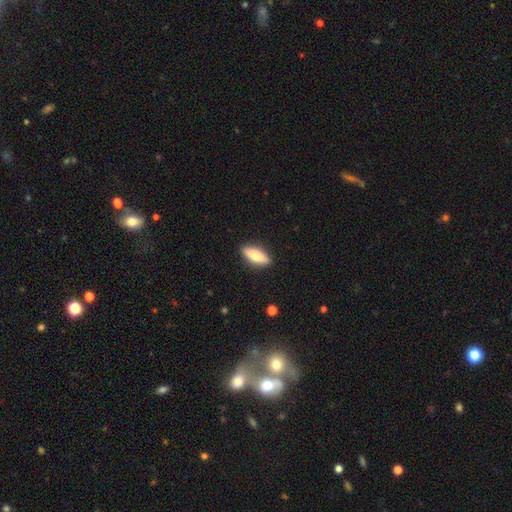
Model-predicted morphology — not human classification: Smooth or featured?
  - smooth: 72% *
  - featured or disk: 22%
  - star or artifact: 6%
How rounded?
  - in between: 65% *
  - cigar-shaped: 32%
  - round: 2%
Merging?
  - none: 89% *
  - minor disturbance: 8%
  - major disturbance: 2%
  - merger: 1%